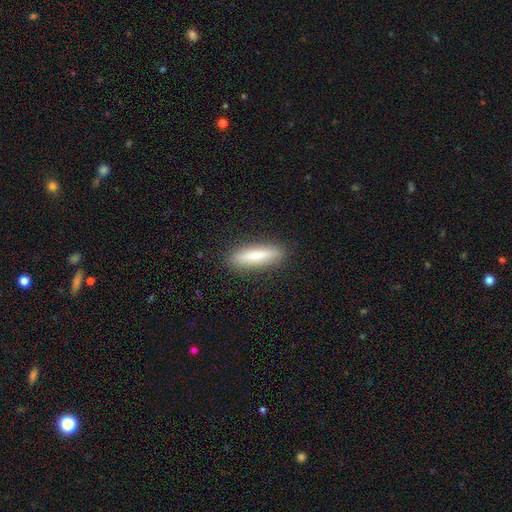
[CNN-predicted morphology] Smooth or featured? smooth (73%)
How rounded? cigar-shaped (77%)
Merging? none (89%)